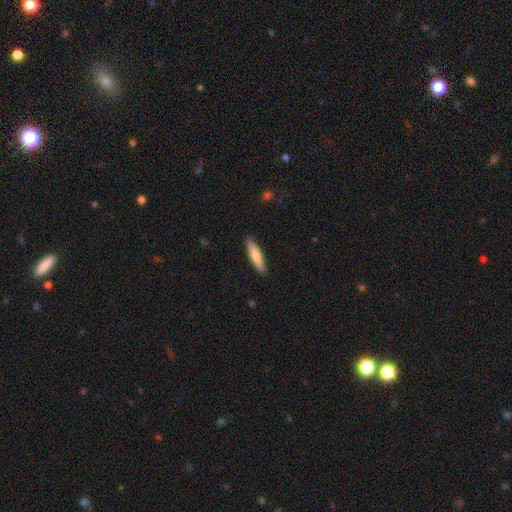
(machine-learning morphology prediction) Smooth or featured? smooth (75%)
How rounded? cigar-shaped (77%)
Merging? none (90%)